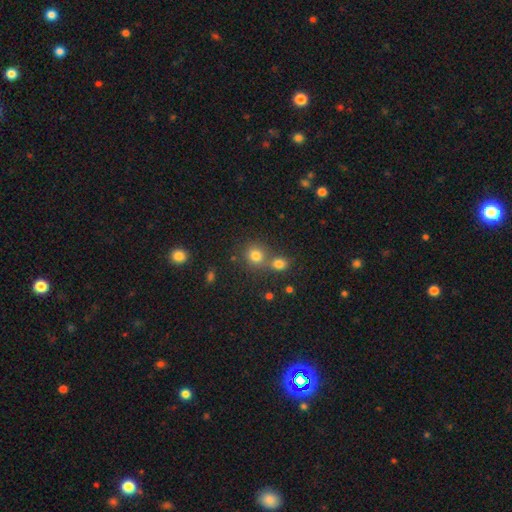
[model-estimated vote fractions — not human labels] Smooth or featured?
  - smooth: 78% *
  - star or artifact: 15%
  - featured or disk: 8%
How rounded?
  - round: 84% *
  - in between: 15%
  - cigar-shaped: 1%
Merging?
  - none: 57% *
  - merger: 32%
  - minor disturbance: 8%
  - major disturbance: 3%